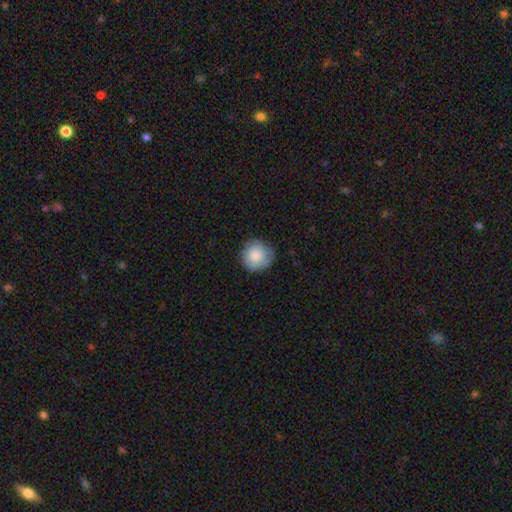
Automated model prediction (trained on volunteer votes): Q: Smooth or featured?
A: smooth (83%); runner-up: featured or disk (10%)
Q: How rounded?
A: round (92%); runner-up: in between (7%)
Q: Merging?
A: none (80%); runner-up: minor disturbance (16%)